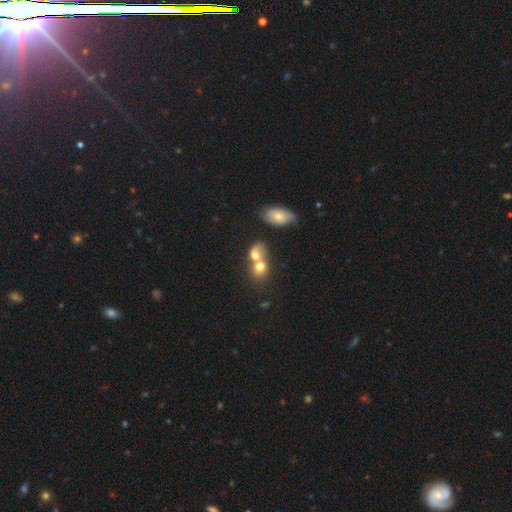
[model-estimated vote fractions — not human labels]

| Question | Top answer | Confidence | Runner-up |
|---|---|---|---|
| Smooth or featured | smooth | 69% | featured or disk (17%) |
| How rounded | round | 52% | in between (46%) |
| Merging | merger | 61% | none (27%) |